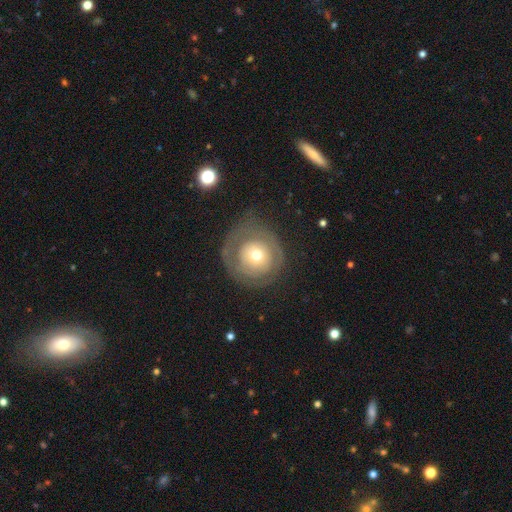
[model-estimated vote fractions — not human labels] smooth_or_featured: featured or disk (p=0.48) [alt: smooth p=0.44]
merging: none (p=0.63) [alt: minor disturbance p=0.19]